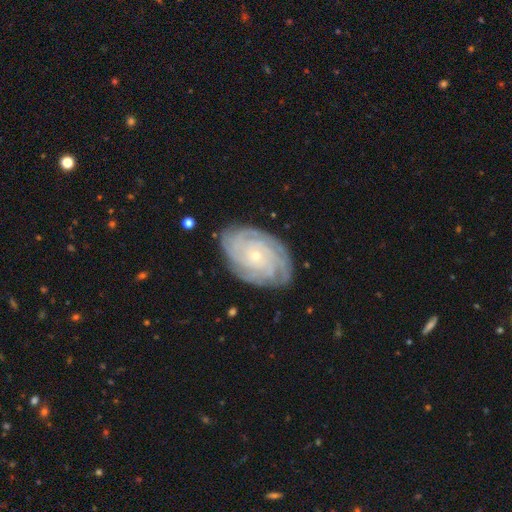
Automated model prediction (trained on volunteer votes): Smooth or featured? Predicted: featured or disk (p=0.85). Edge-on disk? Predicted: no (p=0.97). Bar? Predicted: no (p=0.82). Spiral arms? Predicted: yes (p=0.97). Spiral winding? Predicted: tight (p=0.83). Spiral arm count? Predicted: 4 (p=0.26). Bulge size? Predicted: small (p=0.81). Merging? Predicted: none (p=0.82).